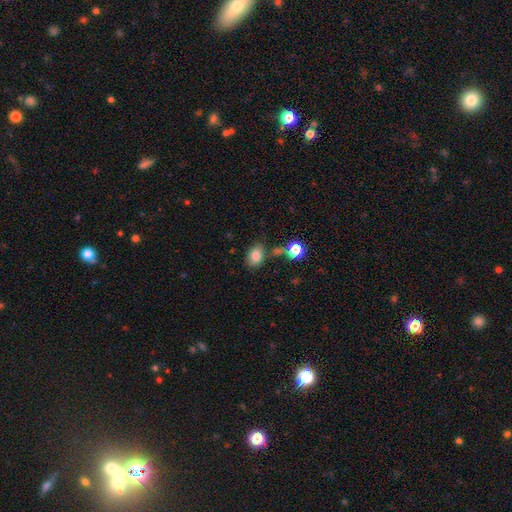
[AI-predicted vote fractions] This appears to be a smooth galaxy with no disk features (81%) that is in between round and cigar-shaped (75%). Merging: none (68%).